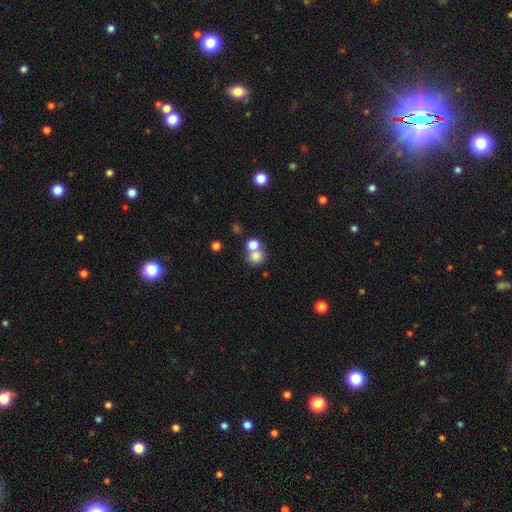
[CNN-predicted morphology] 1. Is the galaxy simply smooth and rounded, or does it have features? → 77% smooth, 13% star or artifact, 10% featured or disk.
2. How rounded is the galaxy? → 78% round, 21% in between, 1% cigar-shaped.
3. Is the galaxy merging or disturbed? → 45% merger, 43% none, 8% minor disturbance, 4% major disturbance.